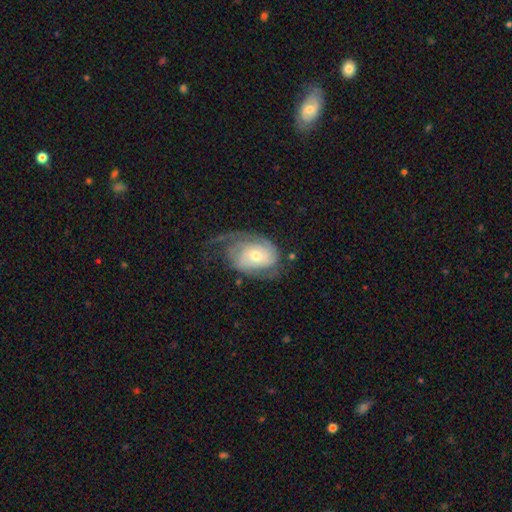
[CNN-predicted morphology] smooth-or-featured: featured or disk: 78% | smooth: 16% | star or artifact: 6%
  disk-edge-on: no: 96% | yes: 4%
    bar: no: 70% | weak: 25% | strong: 5%
    has-spiral-arms: yes: 92% | no: 8%
      spiral-winding: tight: 47% | medium: 34% | loose: 19%
      spiral-arm-count: 2: 48% | can't tell: 23% | 1: 11% | 3: 11% | 4: 3% | more than 4: 3%
    bulge-size: moderate: 60% | small: 33% | large: 5% | none: 1% | dominant: 1%
  merging: none: 46% | major disturbance: 28% | minor disturbance: 24% | merger: 2%